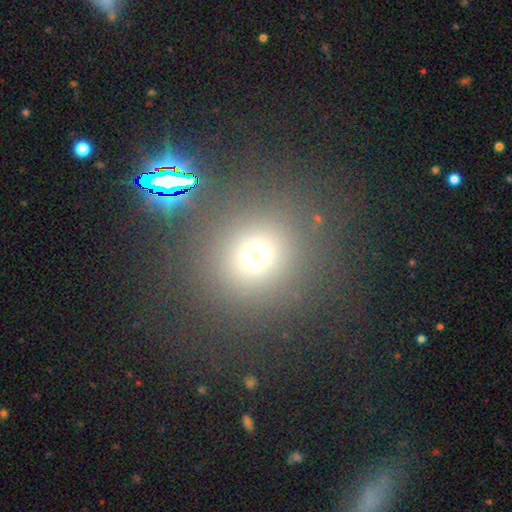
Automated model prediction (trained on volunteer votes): smooth-or-featured: smooth: 64% | star or artifact: 26% | featured or disk: 10%
  how-rounded: round: 88% | in between: 10% | cigar-shaped: 1%
  merging: none: 82% | minor disturbance: 8% | merger: 5% | major disturbance: 5%